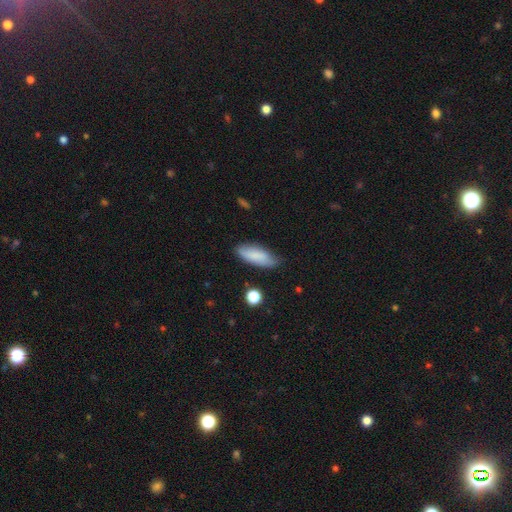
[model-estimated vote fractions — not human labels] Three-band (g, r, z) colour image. It shows a smooth galaxy with no disk features (81%) that is in between round and cigar-shaped (66%). Merging: none (73%).